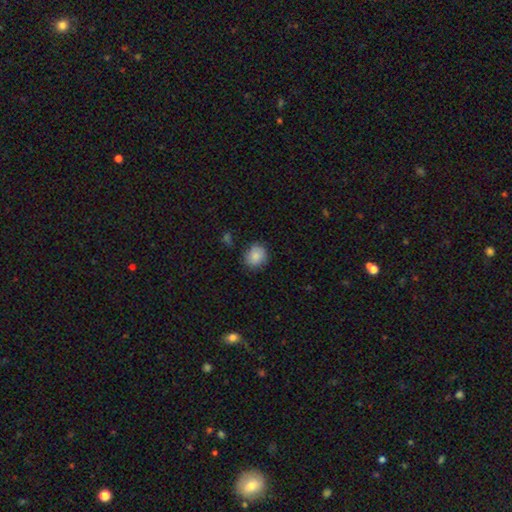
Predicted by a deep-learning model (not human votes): Smooth or featured? Predicted: smooth (p=0.85). How rounded? Predicted: round (p=0.74). Merging? Predicted: none (p=0.76).